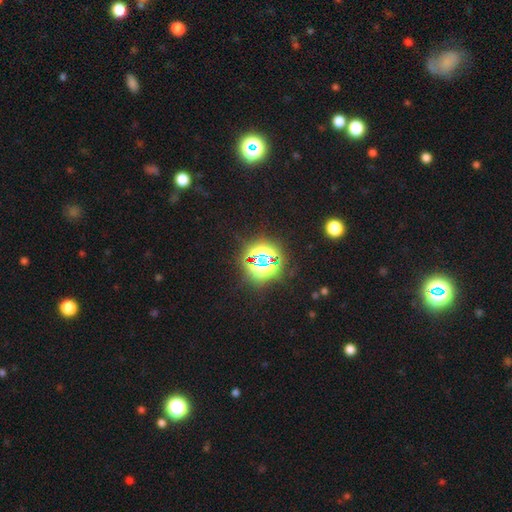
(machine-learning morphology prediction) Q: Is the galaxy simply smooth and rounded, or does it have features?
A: star or artifact — 79%.